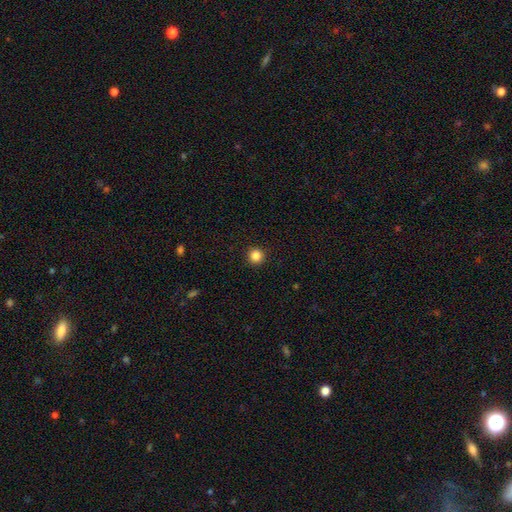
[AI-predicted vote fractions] Q: Smooth or featured?
A: smooth (85%); runner-up: star or artifact (11%)
Q: How rounded?
A: round (95%); runner-up: in between (4%)
Q: Merging?
A: none (93%); runner-up: minor disturbance (4%)